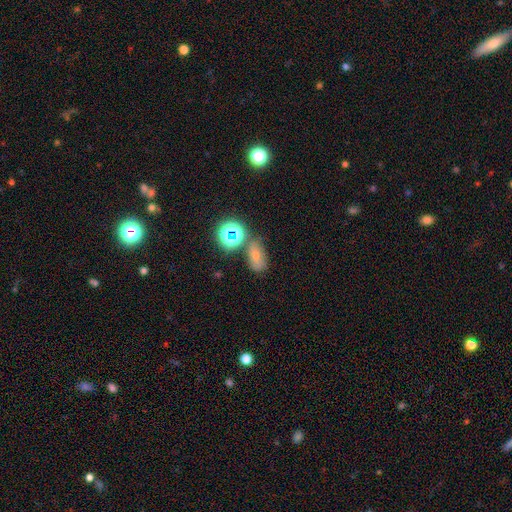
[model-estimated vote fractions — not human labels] smooth 60%, star or artifact 26%, featured or disk 14%. Down the decision tree: how rounded — in between (81%); merging — none (58%).